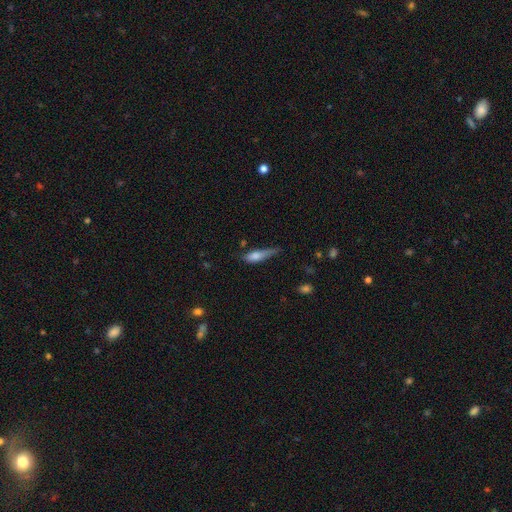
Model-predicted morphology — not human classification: type=smooth (71%); roundness=cigar-shaped (58%); merging=minor disturbance (41%).